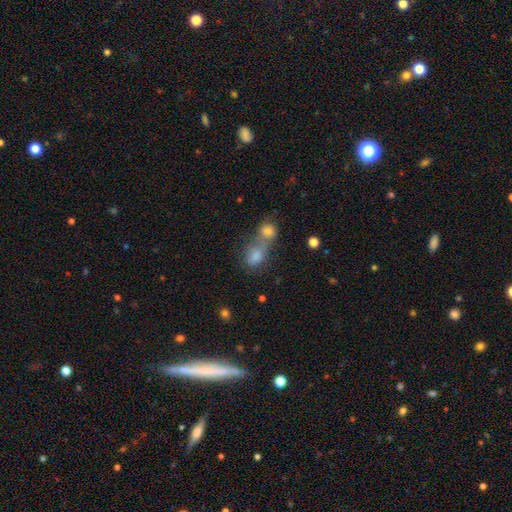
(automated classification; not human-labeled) Smooth or featured? Predicted: smooth (p=0.80). How rounded? Predicted: in between (p=0.71). Merging? Predicted: merger (p=0.65).